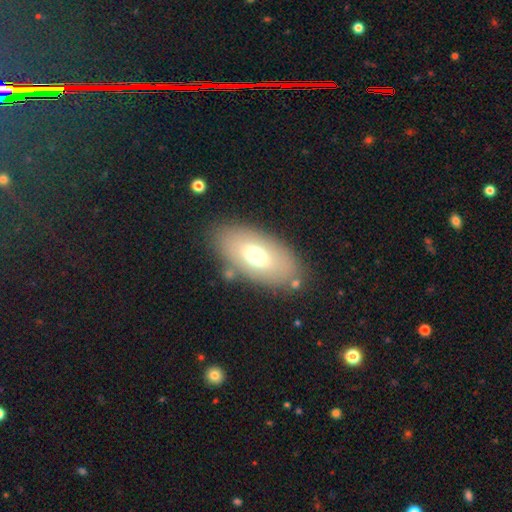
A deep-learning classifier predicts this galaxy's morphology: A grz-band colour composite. It shows a smooth galaxy with no disk features (63%) that is in between round and cigar-shaped (91%). Merging: none (80%).